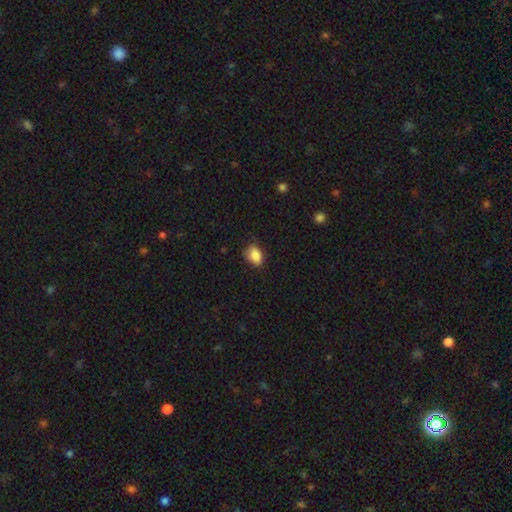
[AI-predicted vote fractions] Q: Smooth or featured?
A: smooth (86%); runner-up: star or artifact (9%)
Q: How rounded?
A: in between (81%); runner-up: round (17%)
Q: Merging?
A: none (69%); runner-up: minor disturbance (25%)